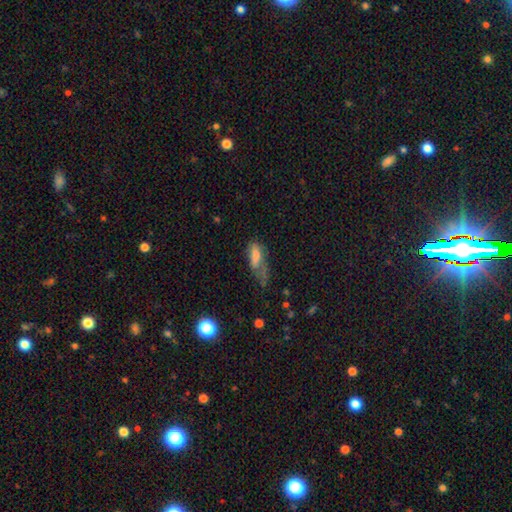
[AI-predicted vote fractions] This is likely a smooth galaxy (66%). How rounded: likely in between (67%). Merging: marginally major disturbance (40%).